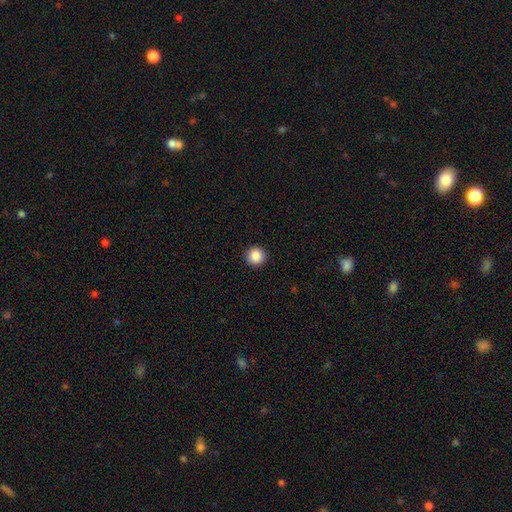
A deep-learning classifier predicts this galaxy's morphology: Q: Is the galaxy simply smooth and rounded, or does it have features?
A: smooth — 88%.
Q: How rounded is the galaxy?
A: round — 94%.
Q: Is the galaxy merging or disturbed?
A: none — 93%.